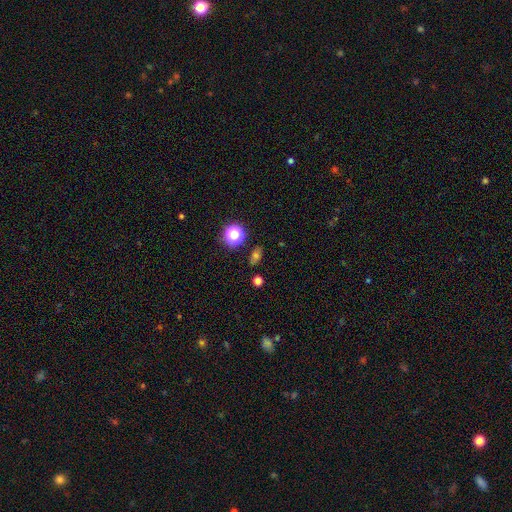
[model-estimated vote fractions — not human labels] smooth 56%, star or artifact 30%, featured or disk 14%. Down the decision tree: how rounded — in between (63%); merging — none (84%).